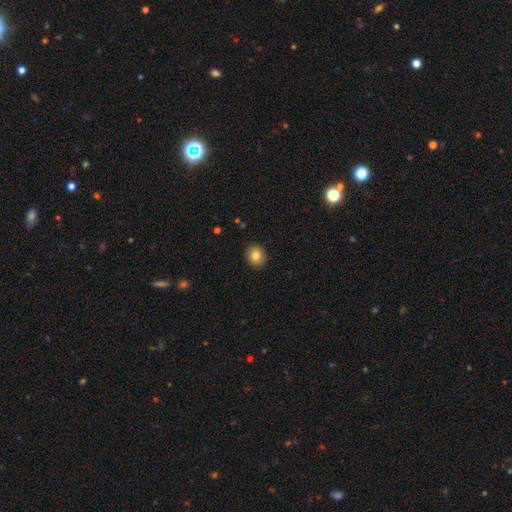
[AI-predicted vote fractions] Overall: smooth (80%). How rounded: round (83%). Merging: none (90%).